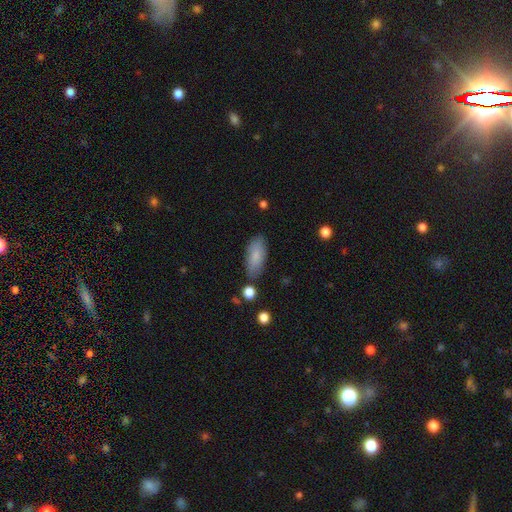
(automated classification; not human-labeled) Smooth or featured: smooth — 84% (featured or disk — 10%)
How rounded: in between — 82% (cigar-shaped — 16%)
Merging: none — 80% (minor disturbance — 13%)